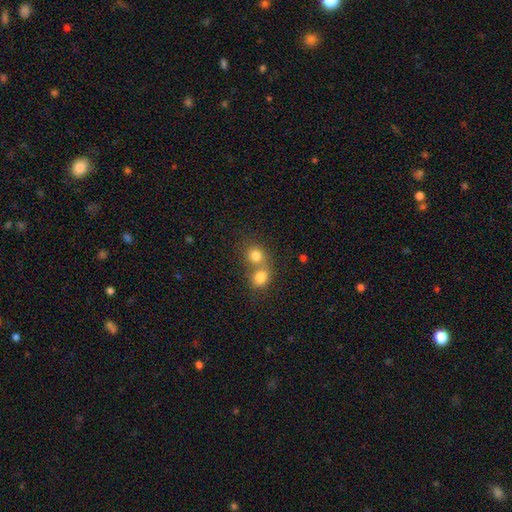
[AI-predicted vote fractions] The model was most divided on "merging": merger: 56%, none: 36%, minor disturbance: 6%, major disturbance: 2%. More confident: smooth or featured — smooth (79%); how rounded — round (79%).